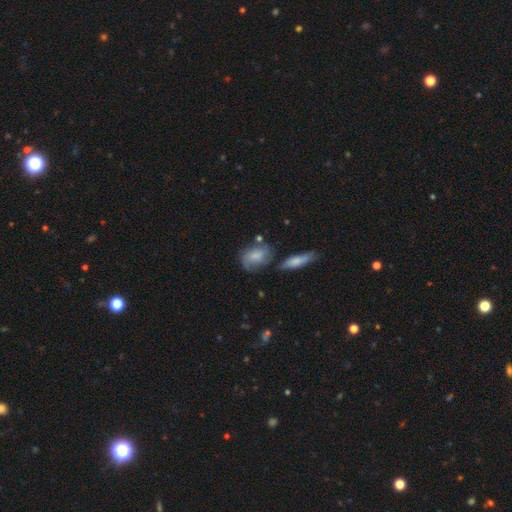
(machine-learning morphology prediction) Overall: smooth (57%; featured or disk 36%). How rounded: in between (68%). Merging: none (53%; minor disturbance 25%).